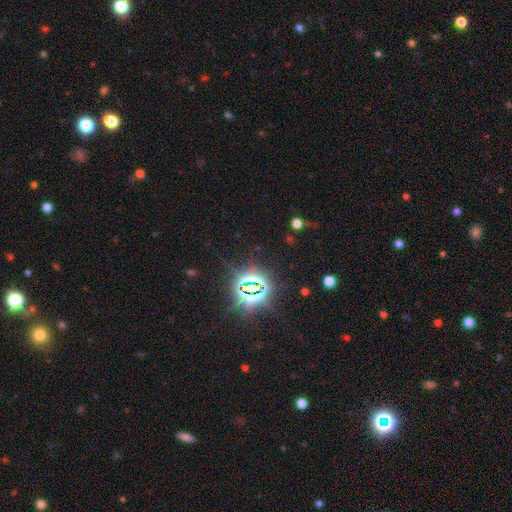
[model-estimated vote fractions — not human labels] Smooth or featured?
  - star or artifact: 82% *
  - smooth: 11%
  - featured or disk: 8%